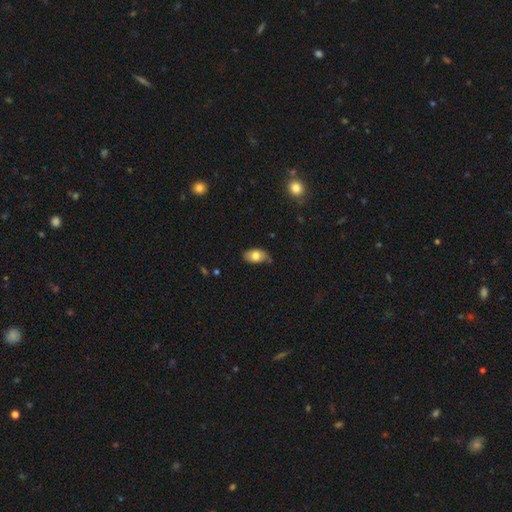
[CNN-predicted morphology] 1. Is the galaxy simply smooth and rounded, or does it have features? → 75% smooth, 17% featured or disk, 7% star or artifact.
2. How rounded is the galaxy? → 92% in between, 6% round, 2% cigar-shaped.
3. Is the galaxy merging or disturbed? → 70% none, 24% minor disturbance, 4% major disturbance, 2% merger.